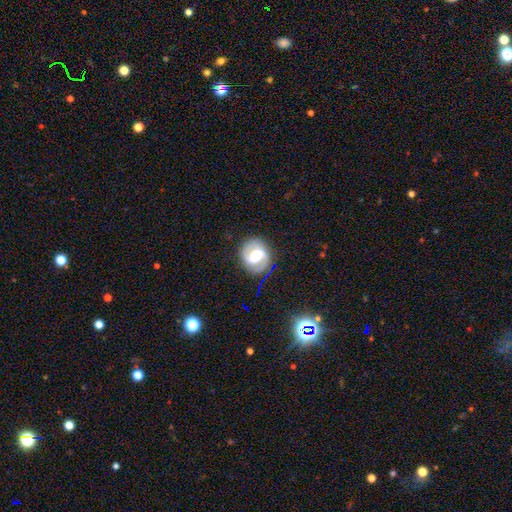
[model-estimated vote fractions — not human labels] Q: Smooth or featured?
A: featured or disk (82%); runner-up: smooth (13%)
Q: Edge-on disk?
A: no (98%); runner-up: yes (2%)
Q: Bar?
A: weak (43%); runner-up: strong (42%)
Q: Spiral arms?
A: yes (92%); runner-up: no (8%)
Q: Spiral winding?
A: medium (49%); runner-up: tight (37%)
Q: Spiral arm count?
A: 2 (91%); runner-up: can't tell (4%)
Q: Bulge size?
A: moderate (64%); runner-up: small (17%)
Q: Merging?
A: none (85%); runner-up: minor disturbance (10%)